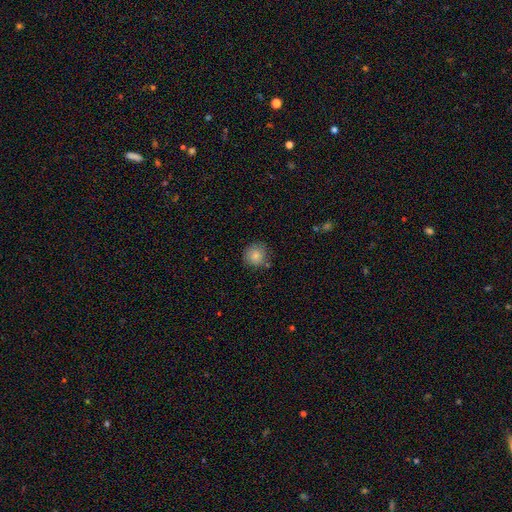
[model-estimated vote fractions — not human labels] Smooth or featured?
  - smooth: 84% *
  - star or artifact: 9%
  - featured or disk: 7%
How rounded?
  - round: 92% *
  - in between: 7%
  - cigar-shaped: 1%
Merging?
  - none: 81% *
  - minor disturbance: 13%
  - merger: 3%
  - major disturbance: 3%